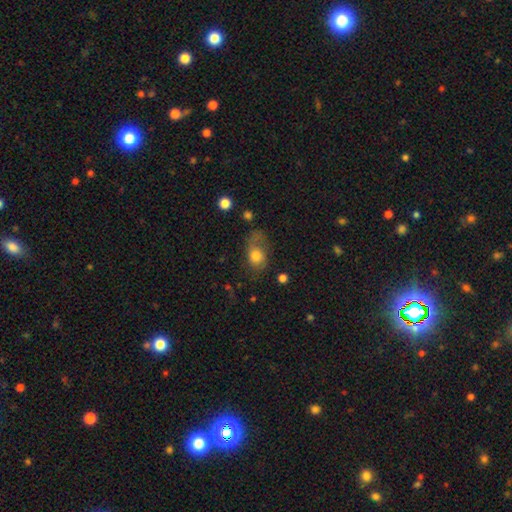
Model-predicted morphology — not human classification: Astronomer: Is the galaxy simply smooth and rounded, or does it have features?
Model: smooth — 72%.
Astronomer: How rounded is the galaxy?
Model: in between — 61% (runner-up: round, 37%).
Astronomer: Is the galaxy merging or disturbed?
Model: none — 38% (runner-up: major disturbance, 30%).